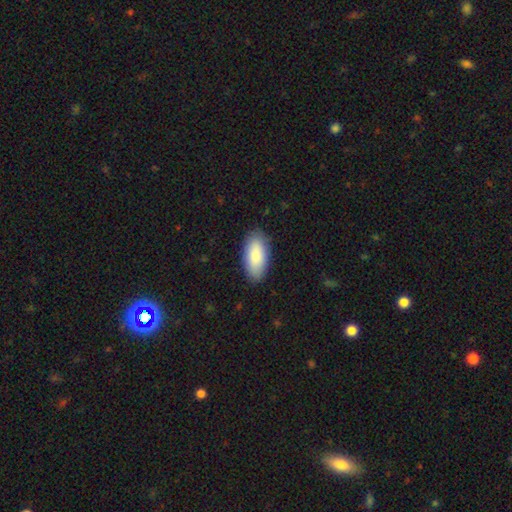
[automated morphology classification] The model was most divided on "merging": none: 86%, minor disturbance: 10%, major disturbance: 2%, merger: 1%. More confident: how rounded — in between (92%); smooth or featured — smooth (87%).